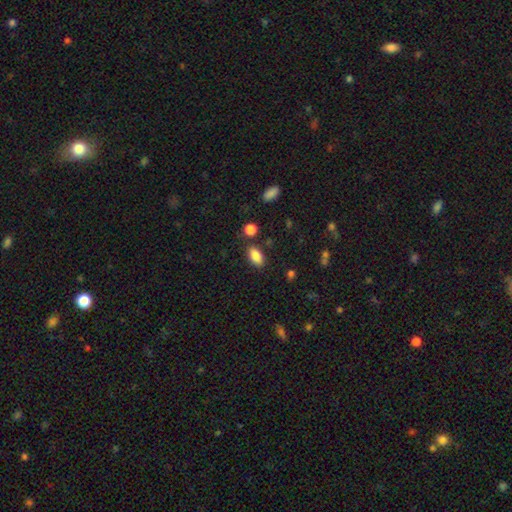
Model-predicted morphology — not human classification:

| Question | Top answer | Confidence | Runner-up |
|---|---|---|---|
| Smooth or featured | smooth | 86% | star or artifact (8%) |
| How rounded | in between | 90% | round (5%) |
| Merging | none | 81% | minor disturbance (11%) |